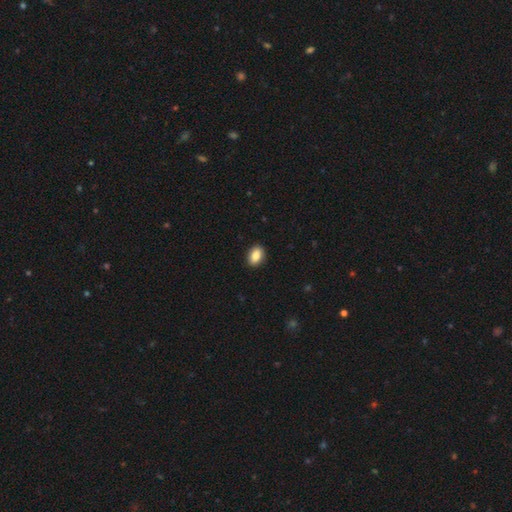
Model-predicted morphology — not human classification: smooth 87%, star or artifact 8%, featured or disk 5%. Down the decision tree: how rounded — in between (85%); merging — none (91%).